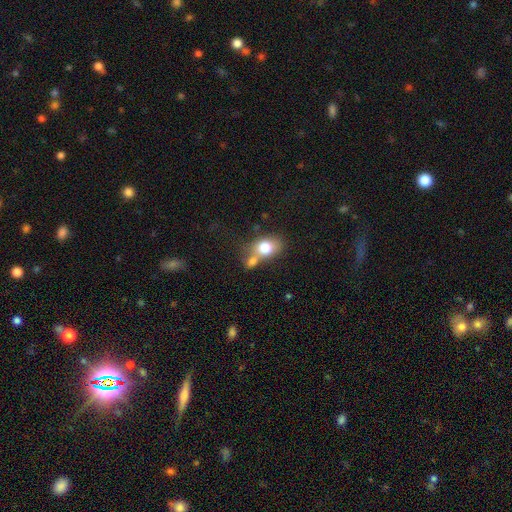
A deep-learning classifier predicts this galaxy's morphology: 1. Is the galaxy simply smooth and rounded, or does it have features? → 74% smooth, 16% featured or disk, 10% star or artifact.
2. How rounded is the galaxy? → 63% in between, 35% round, 2% cigar-shaped.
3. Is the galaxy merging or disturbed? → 40% none (tied), 40% merger (tied), 14% minor disturbance, 6% major disturbance.